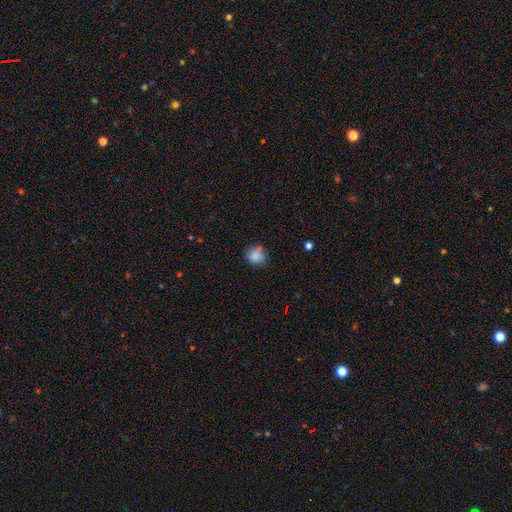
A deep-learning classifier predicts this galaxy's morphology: type=smooth (84%); roundness=round (79%); merging=none (65%).